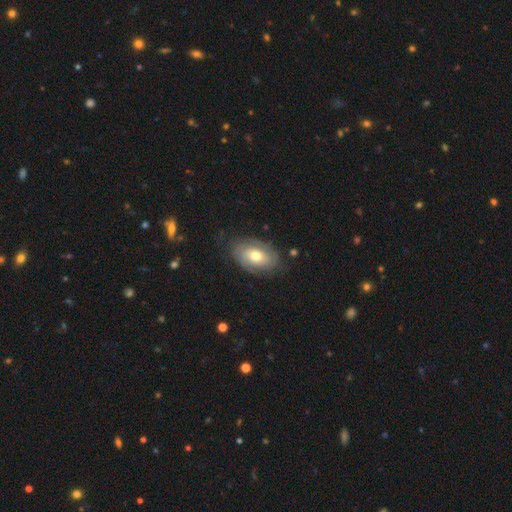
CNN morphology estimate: featured or disk 57%, smooth 37%, star or artifact 6%. Down the decision tree: edge-on disk — no (93%); bar — no (80%); spiral arms — yes (68%); bulge size — moderate (71%); merging — none (74%).